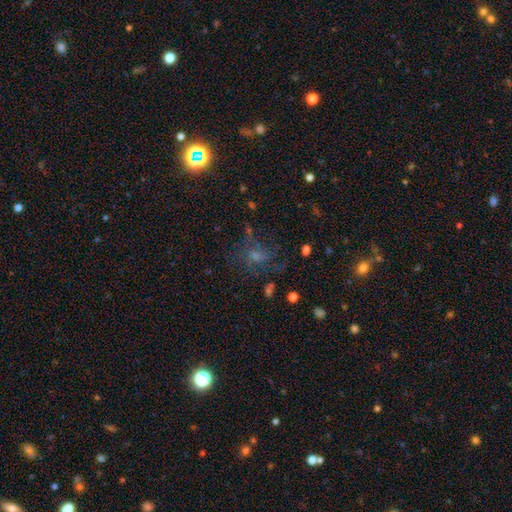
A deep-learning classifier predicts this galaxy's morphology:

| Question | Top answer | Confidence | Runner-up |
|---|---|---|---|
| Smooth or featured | featured or disk | 43% | smooth (31%) |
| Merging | none | 54% | major disturbance (23%) |